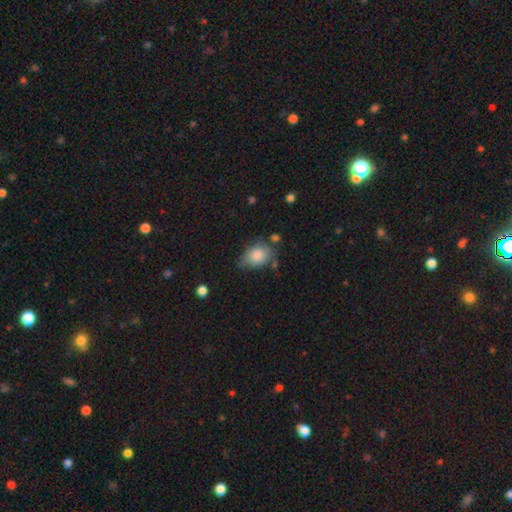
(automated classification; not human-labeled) Smooth or featured: smooth — 80% (featured or disk — 12%)
How rounded: in between — 69% (round — 30%)
Merging: none — 48% (minor disturbance — 37%)